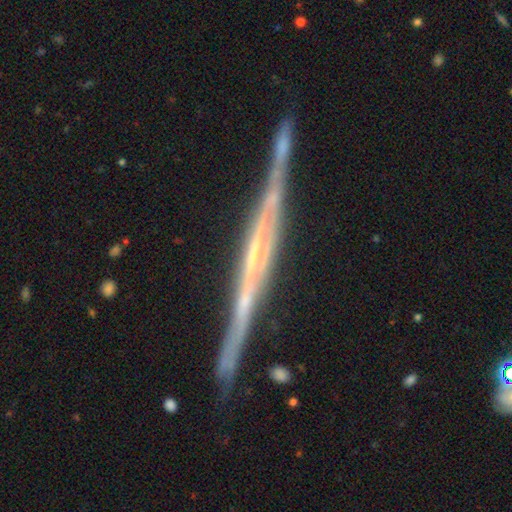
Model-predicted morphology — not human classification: A featured or disk galaxy (85%) viewed edge-on (97%) with no central bulge (53%).

Vote fractions:
- Smooth or featured? featured or disk: 85% / smooth: 8% / star or artifact: 7%
- Edge-on disk? yes: 97% / no: 3%
- Edge-on bulge? none: 53% / rounded: 29% / boxy: 18%
- Merging? none: 83% / minor disturbance: 11% / merger: 3% / major disturbance: 2%